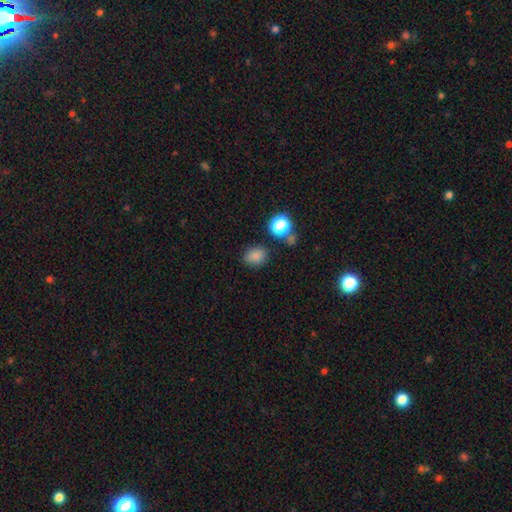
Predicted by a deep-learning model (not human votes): smooth 81%, star or artifact 14%, featured or disk 5%. Down the decision tree: how rounded — in between (57%); merging — none (78%).